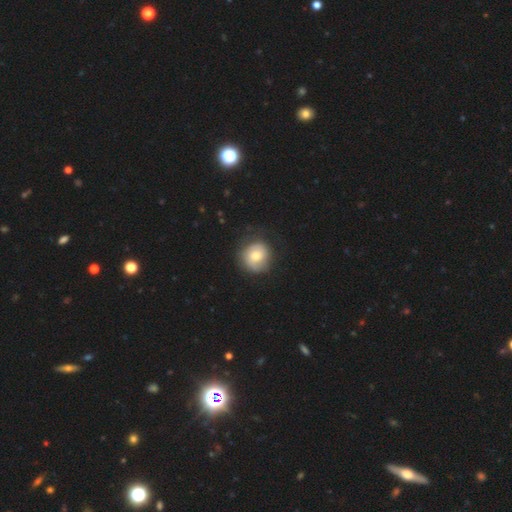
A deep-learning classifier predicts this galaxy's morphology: Smooth or featured: smooth — 64% (featured or disk — 28%)
How rounded: round — 87% (in between — 12%)
Merging: none — 75% (minor disturbance — 17%)